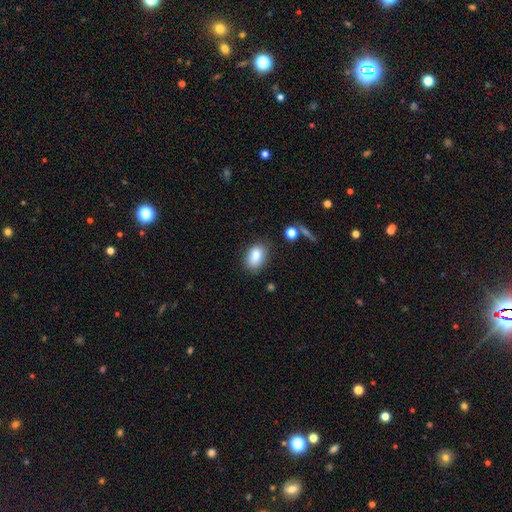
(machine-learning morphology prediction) Smooth or featured?
  - smooth: 85% *
  - star or artifact: 9%
  - featured or disk: 7%
How rounded?
  - in between: 84% *
  - round: 15%
  - cigar-shaped: 2%
Merging?
  - none: 78% *
  - minor disturbance: 15%
  - major disturbance: 4%
  - merger: 3%